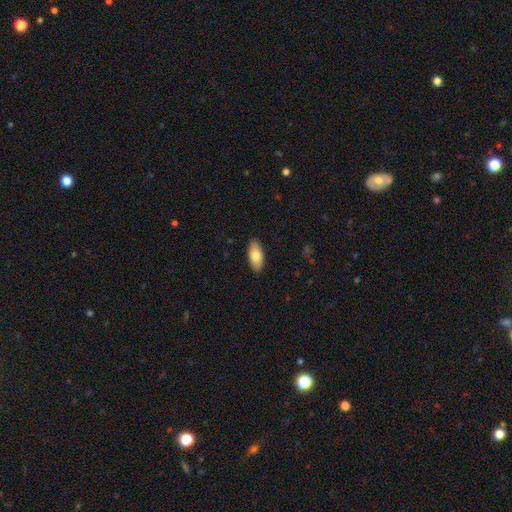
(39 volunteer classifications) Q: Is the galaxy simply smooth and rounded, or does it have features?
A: smooth — 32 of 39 (82%).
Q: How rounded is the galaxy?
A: in between — 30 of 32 (94%).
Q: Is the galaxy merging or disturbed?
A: none — 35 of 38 (92%).